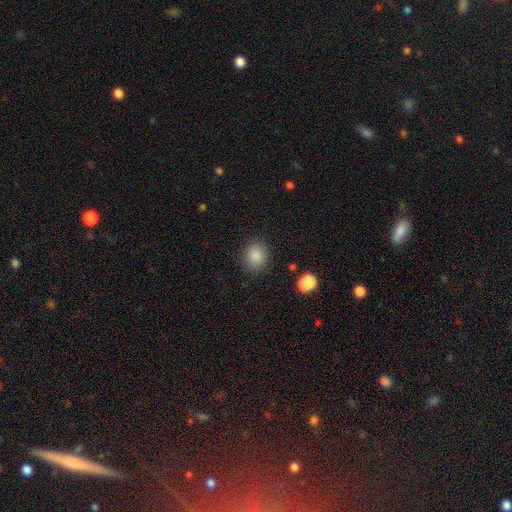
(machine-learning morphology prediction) Overall: smooth (86%). How rounded: round (71%). Merging: none (86%).